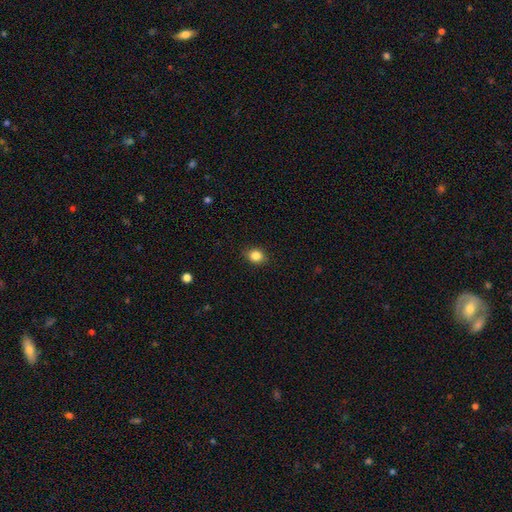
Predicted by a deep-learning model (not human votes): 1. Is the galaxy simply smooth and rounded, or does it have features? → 84% smooth, 10% star or artifact, 5% featured or disk.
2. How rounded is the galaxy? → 58% round, 41% in between, 1% cigar-shaped.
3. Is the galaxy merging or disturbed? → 88% none, 9% minor disturbance, 2% major disturbance, 1% merger.